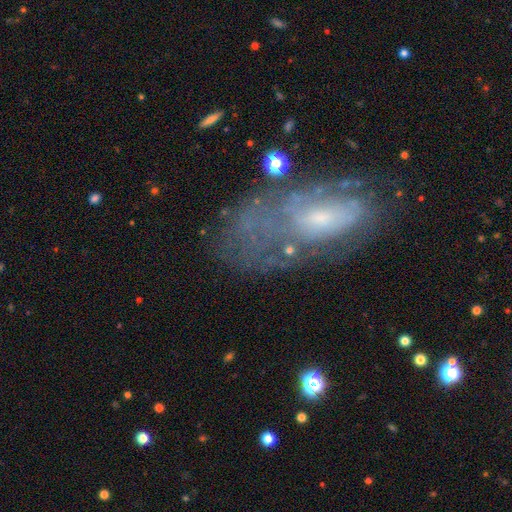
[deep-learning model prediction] Smooth or featured?
  - featured or disk: 63% *
  - smooth: 25%
  - star or artifact: 11%
Edge-on disk?
  - no: 90% *
  - yes: 10%
Bar?
  - no: 73% *
  - weak: 22%
  - strong: 5%
Spiral arms?
  - yes: 60% *
  - no: 40%
Bulge size?
  - small: 58% *
  - moderate: 27%
  - none: 9%
  - large: 4%
  - dominant: 2%
Merging?
  - none: 55% *
  - minor disturbance: 22%
  - major disturbance: 19%
  - merger: 4%